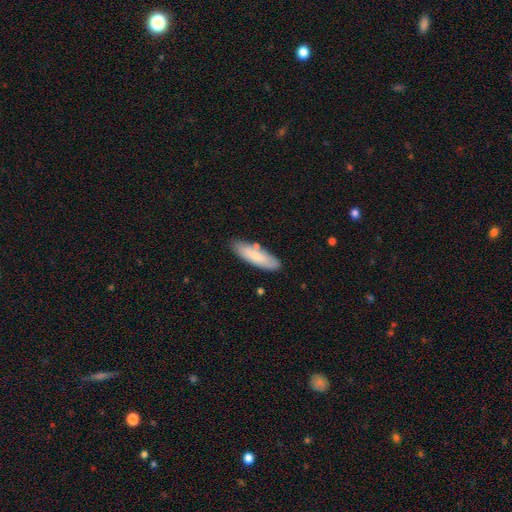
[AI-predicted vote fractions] smooth 79%, featured or disk 16%, star or artifact 6%. Down the decision tree: how rounded — cigar-shaped (58%); merging — none (80%).